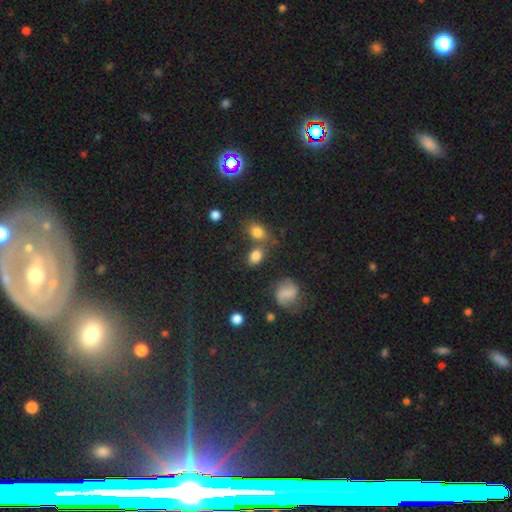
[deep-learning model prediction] Q: Smooth or featured?
A: smooth (81%); runner-up: star or artifact (12%)
Q: How rounded?
A: in between (69%); runner-up: round (29%)
Q: Merging?
A: none (61%); runner-up: merger (22%)